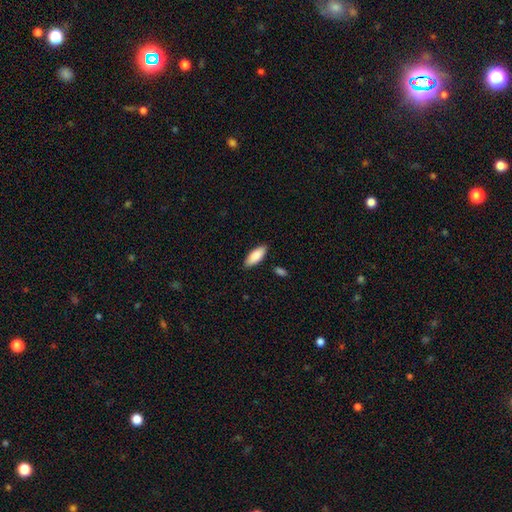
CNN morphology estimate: Q: Smooth or featured?
A: smooth (87%); runner-up: featured or disk (8%)
Q: How rounded?
A: in between (79%); runner-up: cigar-shaped (20%)
Q: Merging?
A: none (86%); runner-up: minor disturbance (10%)